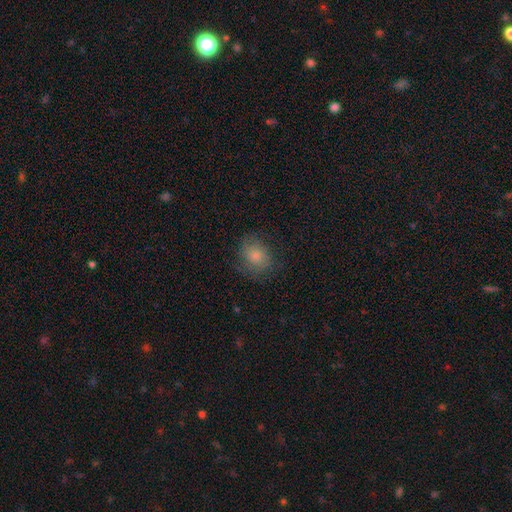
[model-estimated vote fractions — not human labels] The model was most divided on "how rounded": round: 64%, in between: 35%, cigar-shaped: 1%. More confident: smooth or featured — smooth (78%); merging — none (74%).